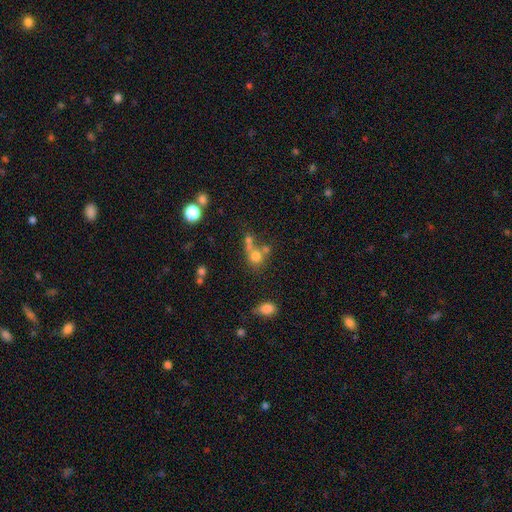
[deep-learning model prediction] A smooth galaxy with no disk features (70%) that is round (81%).

Vote fractions:
- Smooth or featured? smooth: 70% / star or artifact: 16% / featured or disk: 14%
- How rounded? round: 81% / in between: 18% / cigar-shaped: 1%
- Merging? merger: 43% / none: 41% / minor disturbance: 10% / major disturbance: 7%